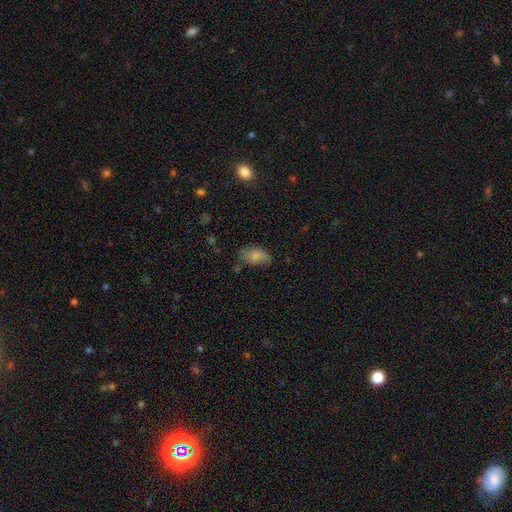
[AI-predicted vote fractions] smooth_or_featured: smooth (p=0.79) [alt: featured or disk p=0.13]
how_rounded: in between (p=0.92) [alt: round p=0.05]
merging: none (p=0.58) [alt: minor disturbance p=0.30]